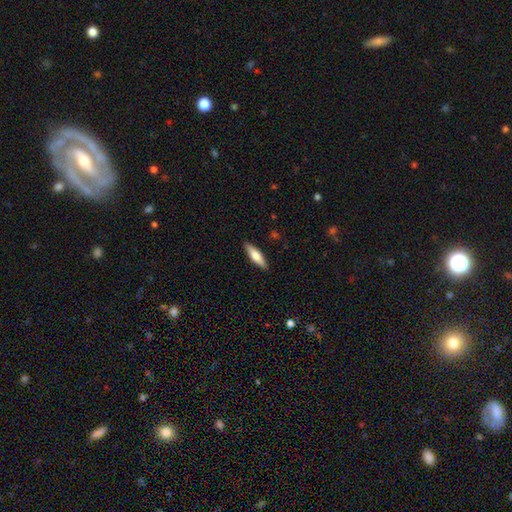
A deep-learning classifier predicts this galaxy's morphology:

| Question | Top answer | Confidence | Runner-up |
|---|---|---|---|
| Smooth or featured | smooth | 62% | featured or disk (32%) |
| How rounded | cigar-shaped | 65% | in between (33%) |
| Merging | none | 89% | minor disturbance (8%) |